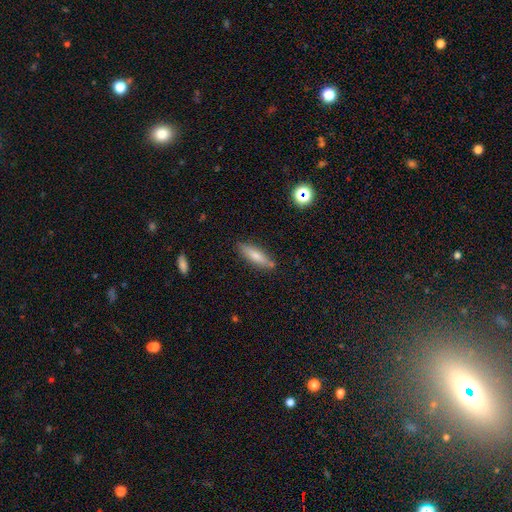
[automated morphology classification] Smooth or featured?
  - smooth: 71% *
  - featured or disk: 22%
  - star or artifact: 7%
How rounded?
  - cigar-shaped: 64% *
  - in between: 34%
  - round: 2%
Merging?
  - none: 80% *
  - minor disturbance: 13%
  - merger: 5%
  - major disturbance: 3%